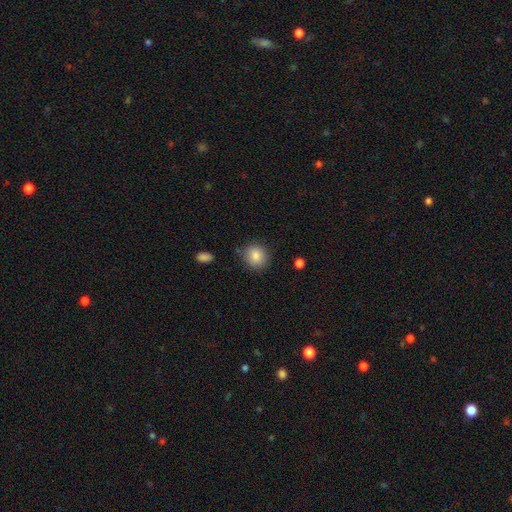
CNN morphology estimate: smooth-or-featured: smooth: 86% | star or artifact: 9% | featured or disk: 6%
  how-rounded: round: 84% | in between: 15% | cigar-shaped: 1%
  merging: none: 82% | minor disturbance: 12% | major disturbance: 3% | merger: 3%